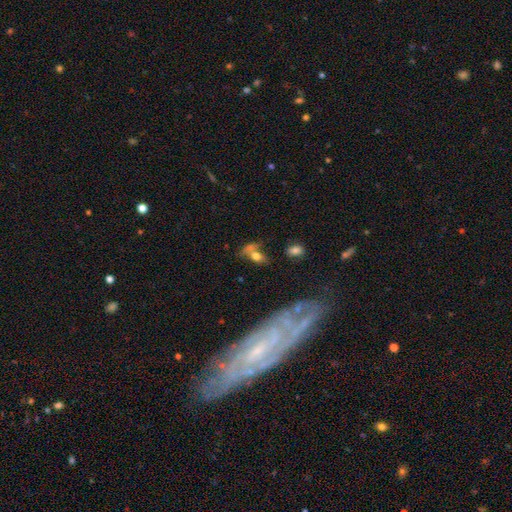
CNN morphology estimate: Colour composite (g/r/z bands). It shows a smooth galaxy with no disk features (66%) that is in between round and cigar-shaped (77%). Merging: merger (38%).